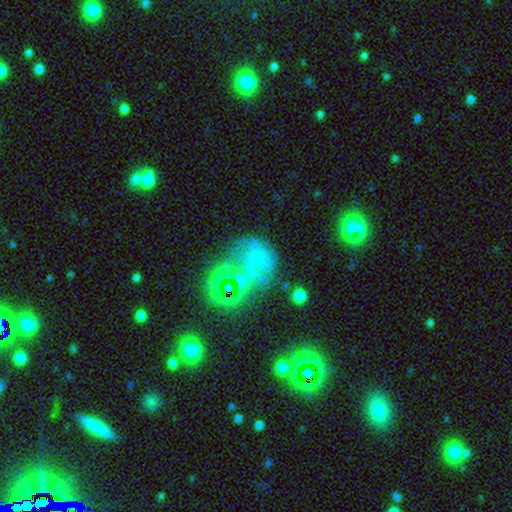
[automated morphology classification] This is marginally a featured or disk galaxy (42%). Merging: marginally merger (32%).